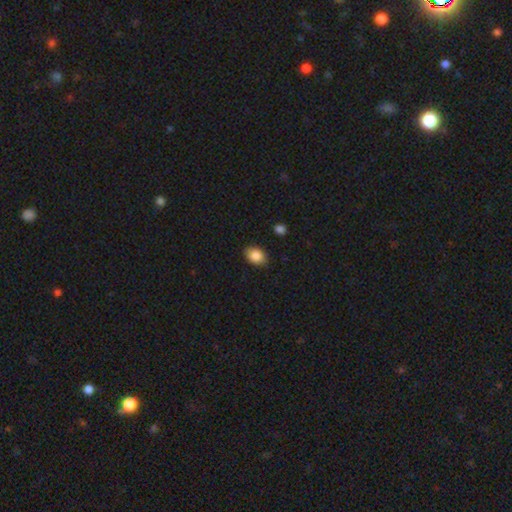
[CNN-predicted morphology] This is clearly a smooth galaxy (86%). How rounded: likely in between (73%). Merging: clearly none (86%).